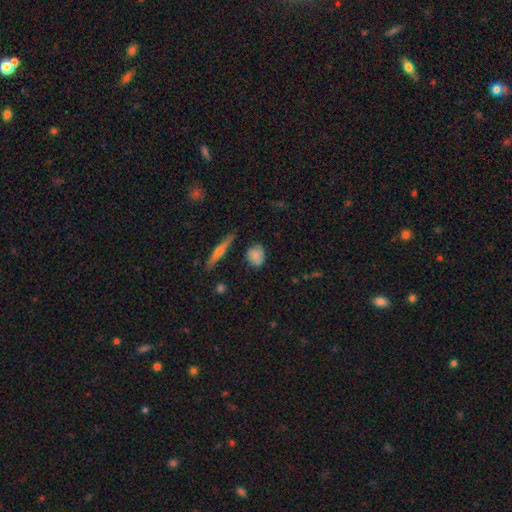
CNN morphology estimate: Smooth or featured: smooth — 76% (featured or disk — 16%)
How rounded: round — 55% (in between — 42%)
Merging: none — 74% (minor disturbance — 19%)